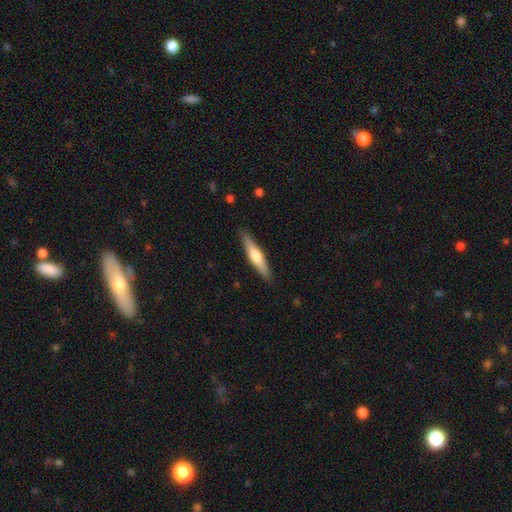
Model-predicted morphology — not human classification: This is possibly a smooth galaxy (51%). How rounded: clearly cigar-shaped (86%). Merging: clearly none (89%).